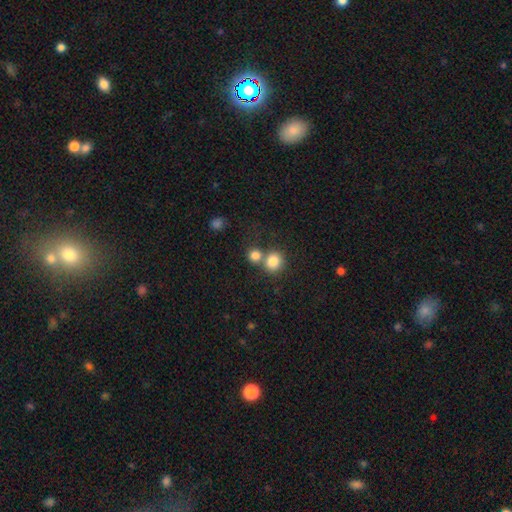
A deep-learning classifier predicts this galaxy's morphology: smooth_or_featured: smooth (p=0.82) [alt: star or artifact p=0.11]
how_rounded: round (p=0.84) [alt: in between p=0.15]
merging: none (p=0.50) [alt: merger p=0.41]